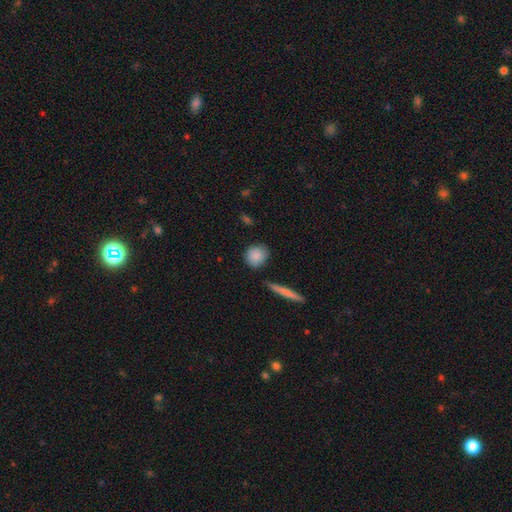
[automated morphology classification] This is clearly a smooth galaxy (86%). How rounded: clearly round (80%). Merging: clearly none (80%).